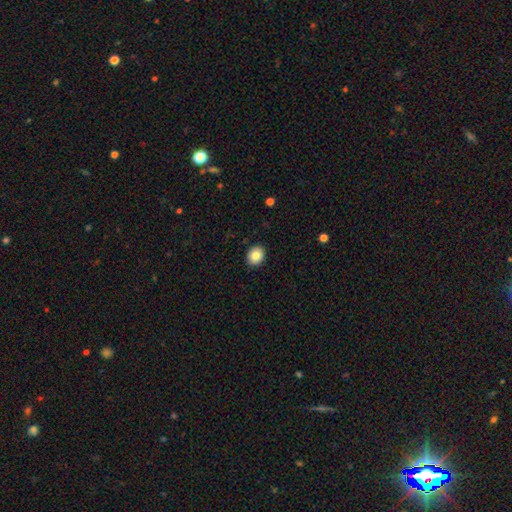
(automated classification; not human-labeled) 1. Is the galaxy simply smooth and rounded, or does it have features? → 82% smooth, 10% featured or disk, 9% star or artifact.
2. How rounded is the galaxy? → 64% round, 35% in between, 1% cigar-shaped.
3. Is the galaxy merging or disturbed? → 91% none, 6% minor disturbance, 2% major disturbance, 1% merger.